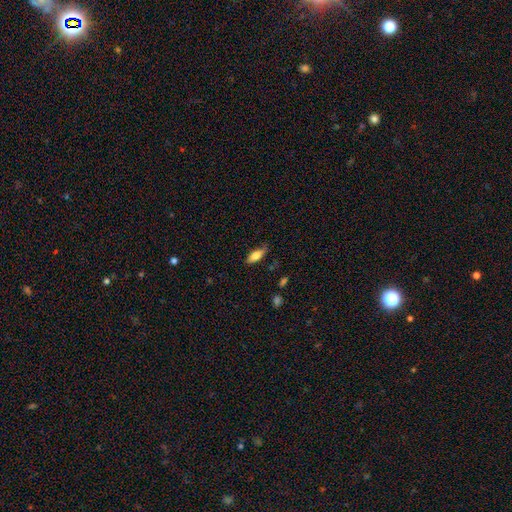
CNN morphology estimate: A smooth galaxy with no disk features (76%) that is in between round and cigar-shaped (68%). Merging: none (74%).